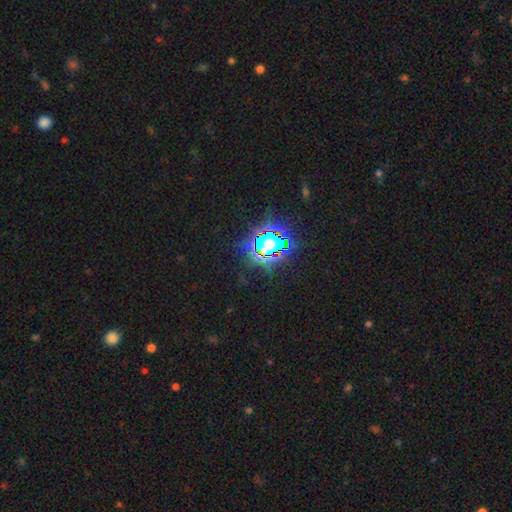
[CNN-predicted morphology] Smooth or featured?
  - star or artifact: 79% *
  - smooth: 13%
  - featured or disk: 8%